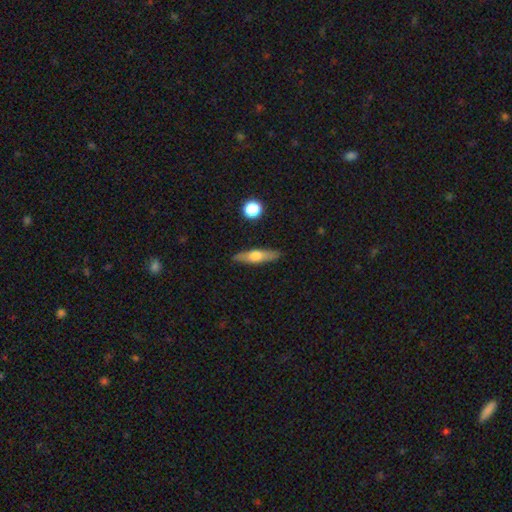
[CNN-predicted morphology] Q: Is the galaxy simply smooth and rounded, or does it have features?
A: featured or disk — 48%.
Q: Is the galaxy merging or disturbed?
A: none — 87%.